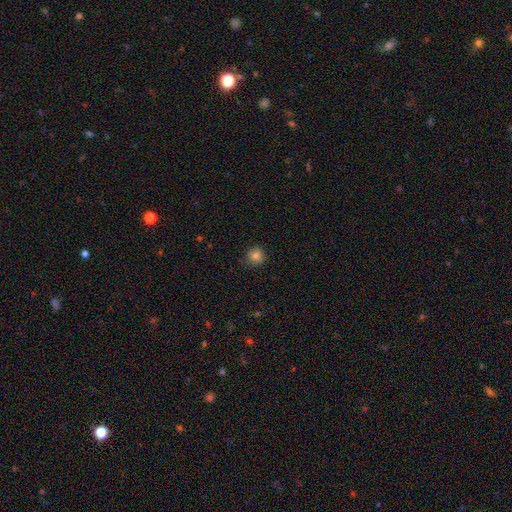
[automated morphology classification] Smooth or featured? Predicted: smooth (p=0.83). How rounded? Predicted: round (p=0.92). Merging? Predicted: none (p=0.87).